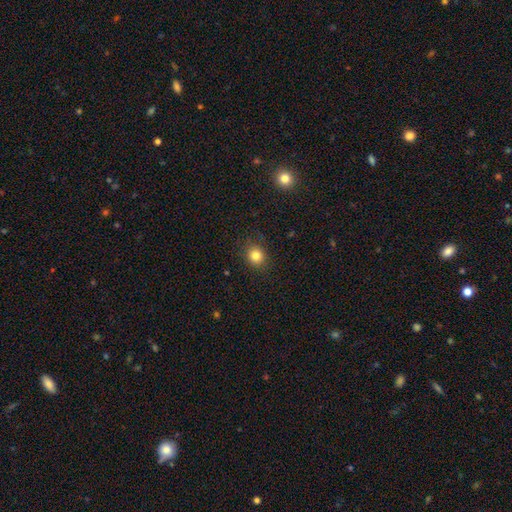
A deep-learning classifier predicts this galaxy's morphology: A smooth galaxy with no disk features (82%) that is round (79%). Merging: none (87%).